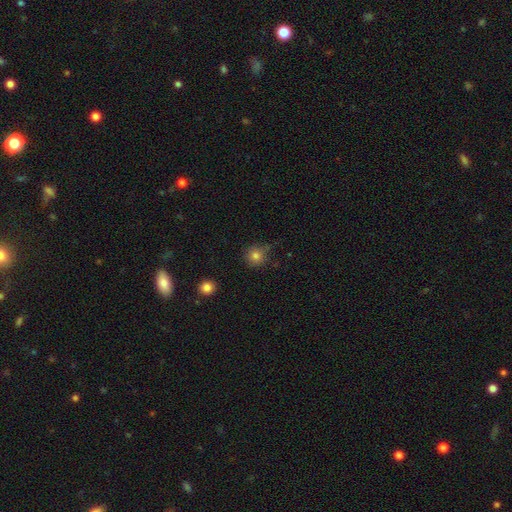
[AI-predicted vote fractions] Q: Smooth or featured?
A: smooth (80%); runner-up: star or artifact (13%)
Q: How rounded?
A: round (93%); runner-up: in between (6%)
Q: Merging?
A: none (78%); runner-up: minor disturbance (15%)